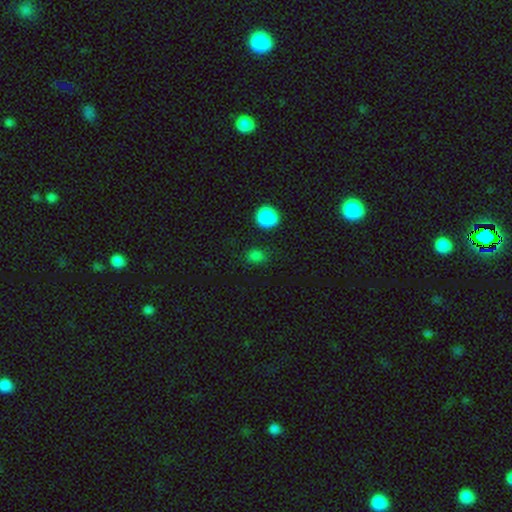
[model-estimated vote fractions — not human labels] This is clearly a smooth galaxy (80%). How rounded: possibly round (55%). Merging: likely none (78%).